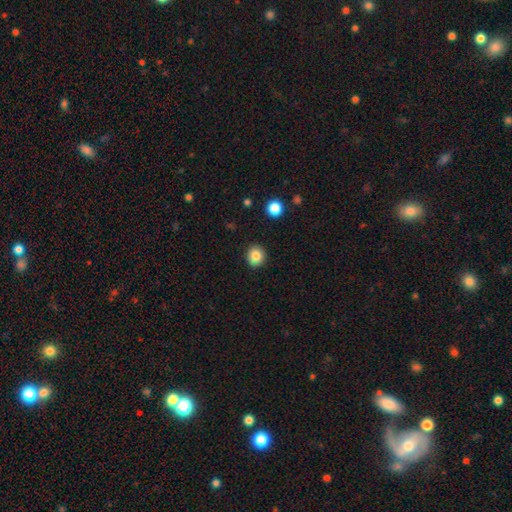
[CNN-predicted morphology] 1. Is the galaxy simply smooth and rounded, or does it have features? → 84% smooth, 10% star or artifact, 6% featured or disk.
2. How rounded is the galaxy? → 83% round, 16% in between, 1% cigar-shaped.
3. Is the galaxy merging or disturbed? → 91% none, 6% minor disturbance, 2% major disturbance, 1% merger.